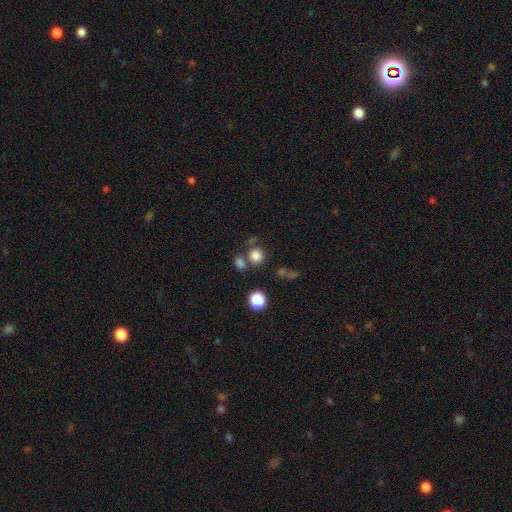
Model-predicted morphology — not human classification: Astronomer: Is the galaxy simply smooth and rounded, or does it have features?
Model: smooth — 81%.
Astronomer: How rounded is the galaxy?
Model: round — 84%.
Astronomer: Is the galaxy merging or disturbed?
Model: none — 65%.